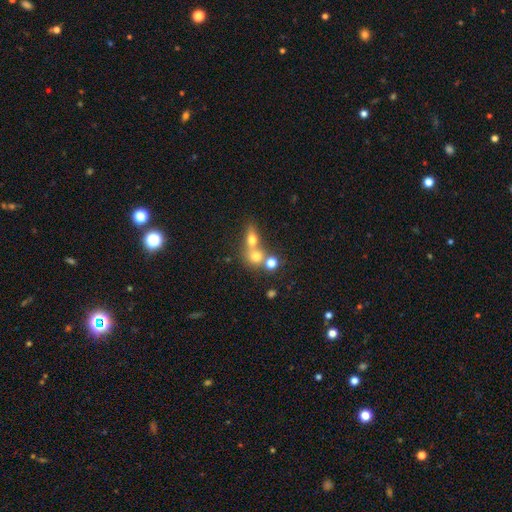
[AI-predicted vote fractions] Overall: smooth (63%). How rounded: round (64%; in between 31%). Merging: merger (59%; none 30%).